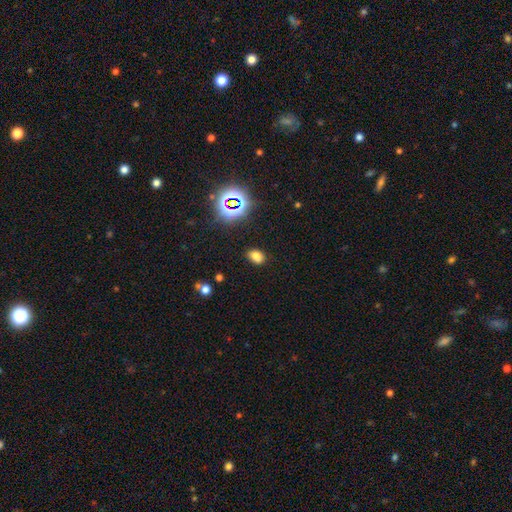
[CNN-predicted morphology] smooth 70%, star or artifact 21%, featured or disk 8%. Down the decision tree: how rounded — in between (76%); merging — none (77%).